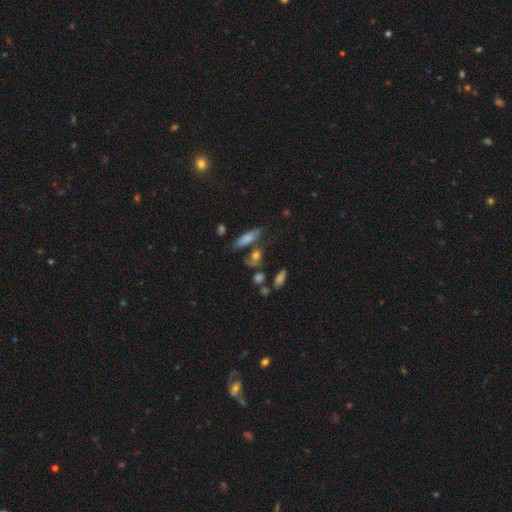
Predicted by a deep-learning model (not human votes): smooth-or-featured: smooth: 46% | featured or disk: 32% | star or artifact: 23%
  merging: none: 61% | merger: 16% | minor disturbance: 15% | major disturbance: 8%